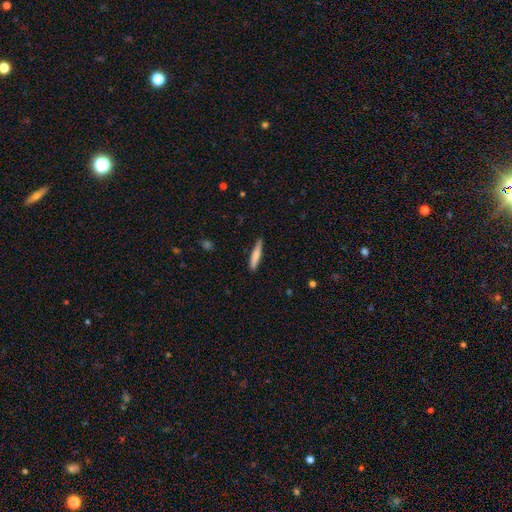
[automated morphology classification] Overall: smooth (73%). How rounded: cigar-shaped (90%). Merging: none (85%).